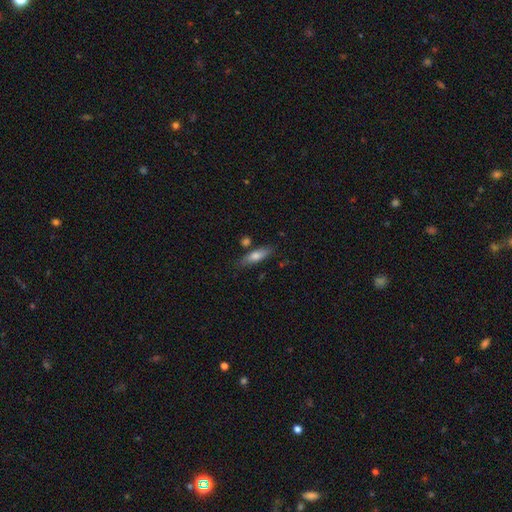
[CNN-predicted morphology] smooth_or_featured: smooth (p=0.71) [alt: featured or disk p=0.22]
how_rounded: cigar-shaped (p=0.49) [alt: in between p=0.48]
merging: none (p=0.76) [alt: minor disturbance p=0.14]